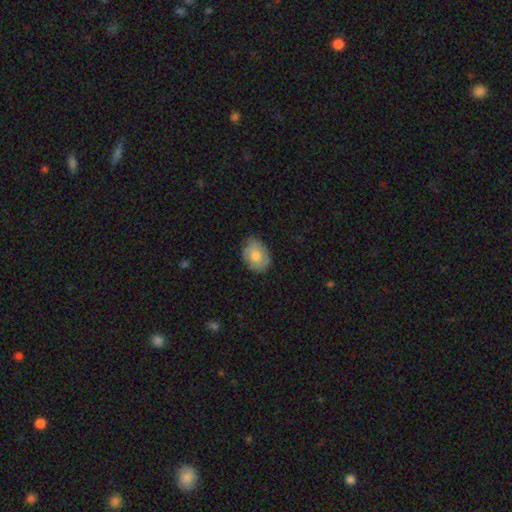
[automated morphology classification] The model was most divided on "how rounded": in between: 67%, round: 32%, cigar-shaped: 1%. More confident: merging — none (74%); smooth or featured — smooth (72%).